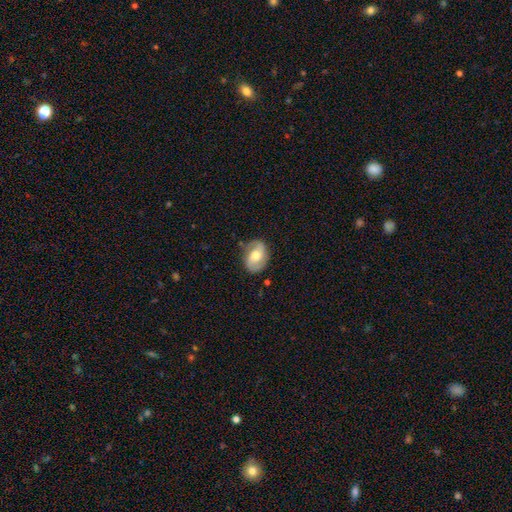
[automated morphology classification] smooth-or-featured: featured or disk: 72% | smooth: 22% | star or artifact: 6%
  disk-edge-on: no: 97% | yes: 3%
    bar: no: 52% | weak: 37% | strong: 11%
    has-spiral-arms: yes: 91% | no: 9%
      spiral-winding: medium: 48% | tight: 27% | loose: 25%
      spiral-arm-count: 2: 89% | can't tell: 5% | 1: 3% | 3: 1% | 4: 1% | more than 4: 1%
    bulge-size: moderate: 68% | small: 17% | large: 12% | none: 2% | dominant: 1%
  merging: none: 76% | minor disturbance: 17% | major disturbance: 5% | merger: 2%